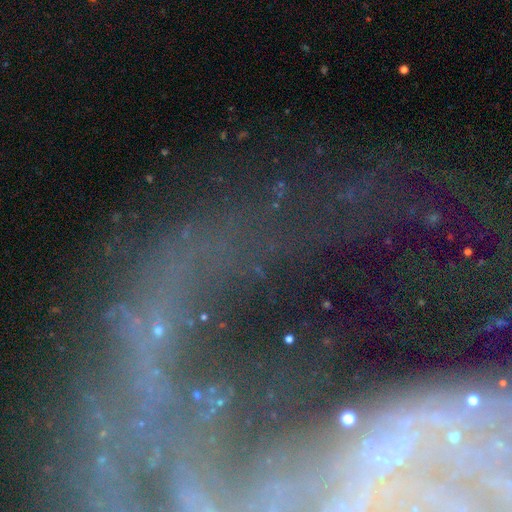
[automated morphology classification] This appears to be a featured or disk galaxy (61%) with no bar (38%), spiral arms (84%) and a small central bulge (56%). Merging: none (48%).